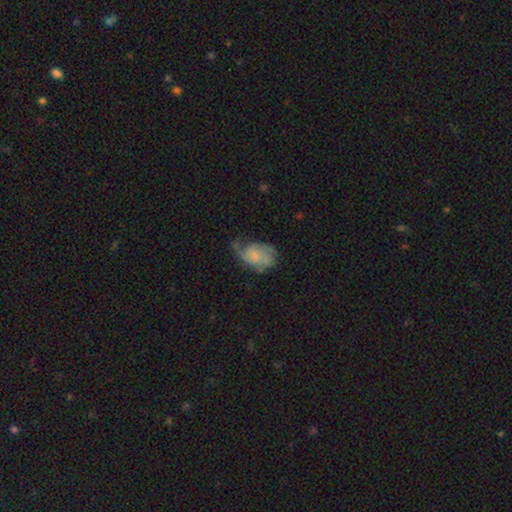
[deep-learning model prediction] Smooth or featured? featured or disk (59%)
Edge-on disk? no (97%)
Bar? no (73%)
Spiral arms? yes (85%)
Bulge size? small (64%)
Merging? none (40%)